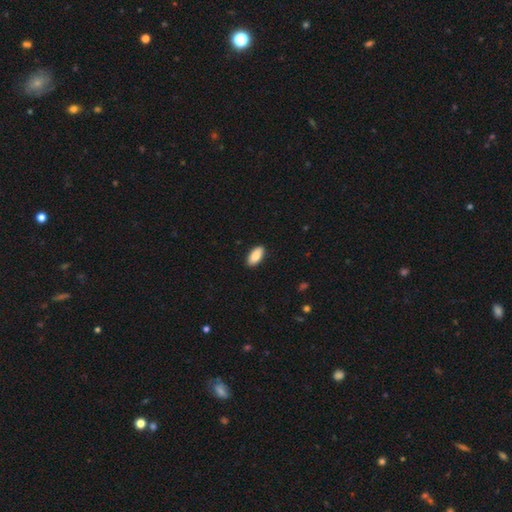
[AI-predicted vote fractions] A smooth galaxy with no disk features (85%) that is in between round and cigar-shaped (91%). Merging: none (91%).